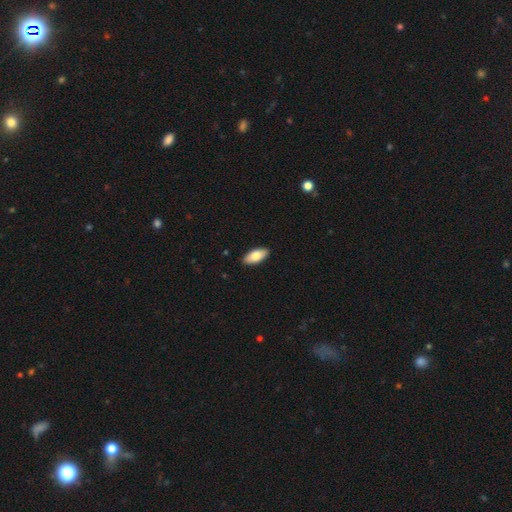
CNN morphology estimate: type=smooth (79%); roundness=in between (89%); merging=none (90%).